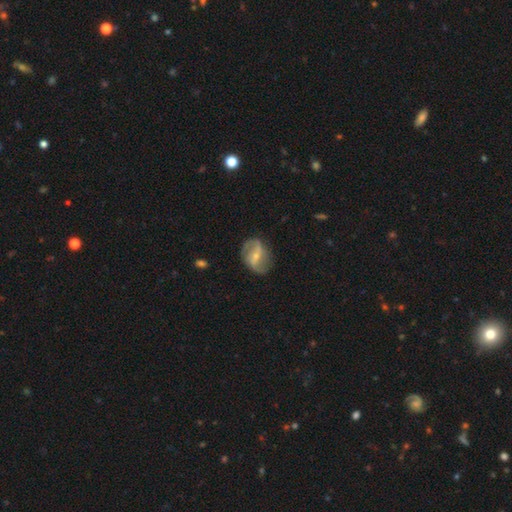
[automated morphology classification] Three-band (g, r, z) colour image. It shows a featured or disk galaxy (75%) with a weak bar (41%), 2 (85%) loose (49%) spiral arms (86%) and a small central bulge (62%). Merging: none (71%).